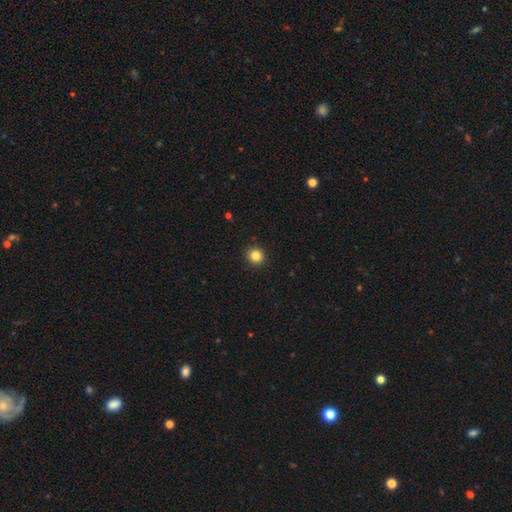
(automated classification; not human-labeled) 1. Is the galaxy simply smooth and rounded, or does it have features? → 84% smooth, 11% star or artifact, 5% featured or disk.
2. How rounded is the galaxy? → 91% round, 8% in between, 1% cigar-shaped.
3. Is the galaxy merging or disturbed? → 93% none, 5% minor disturbance, 2% major disturbance, 1% merger.